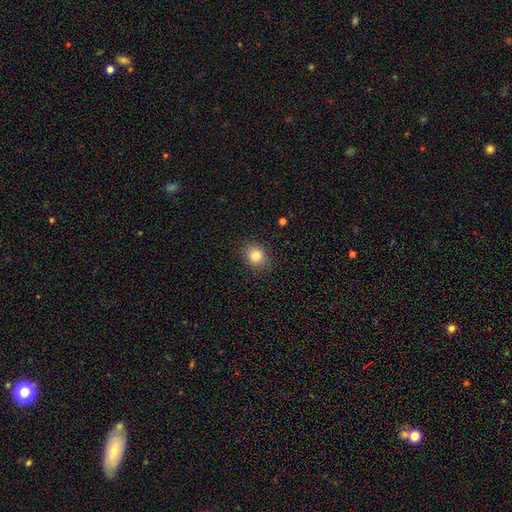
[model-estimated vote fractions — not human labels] A smooth galaxy with no disk features (83%) that is round (73%). Merging: none (86%).